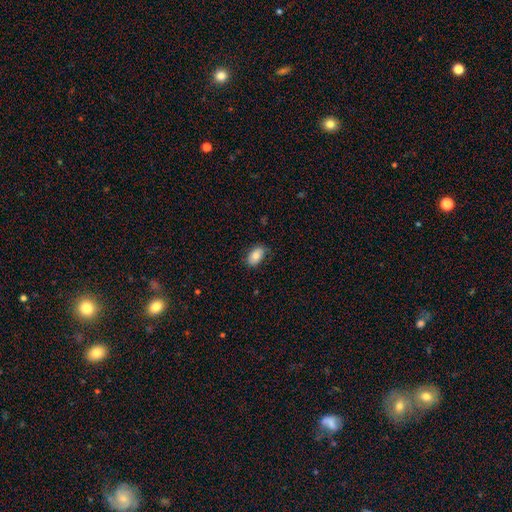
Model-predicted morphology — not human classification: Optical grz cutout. It shows a smooth galaxy with no disk features (78%) that is in between round and cigar-shaped (91%). Merging: none (79%).